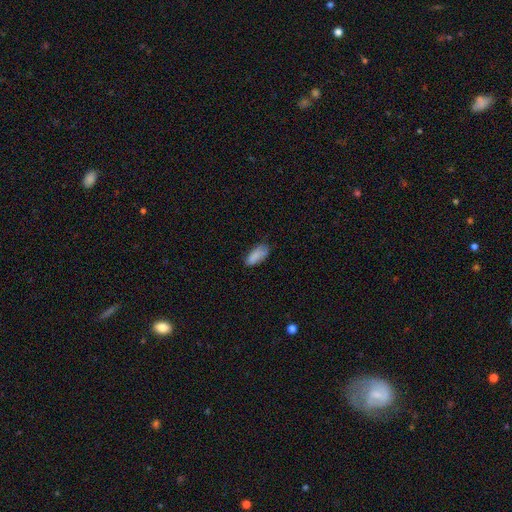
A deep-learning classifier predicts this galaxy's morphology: smooth 85%, star or artifact 8%, featured or disk 8%. Down the decision tree: how rounded — in between (86%); merging — none (64%).